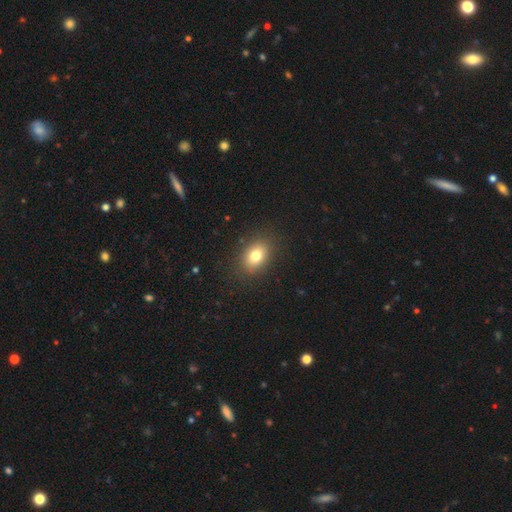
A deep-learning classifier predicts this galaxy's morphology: Q: Smooth or featured?
A: smooth (80%); runner-up: star or artifact (10%)
Q: How rounded?
A: in between (72%); runner-up: round (27%)
Q: Merging?
A: none (87%); runner-up: minor disturbance (9%)